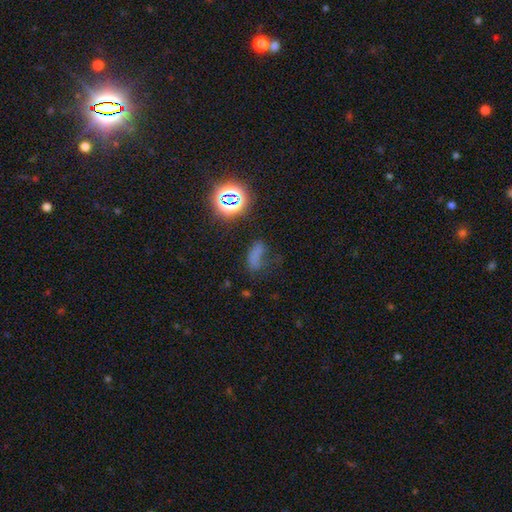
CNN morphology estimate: type=smooth (51%); roundness=in between (75%); merging=none (41%).